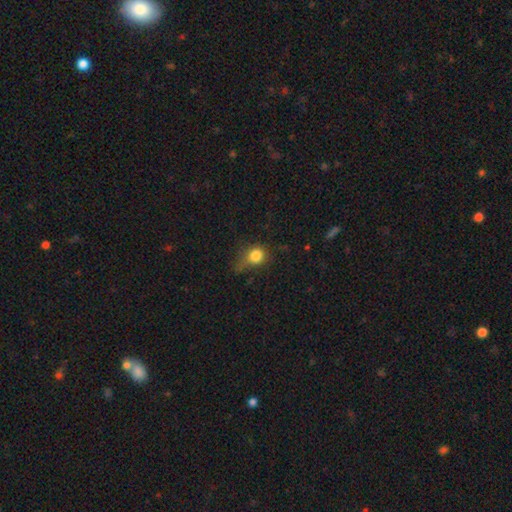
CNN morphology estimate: type=smooth (79%); roundness=round (72%); merging=none (43%).